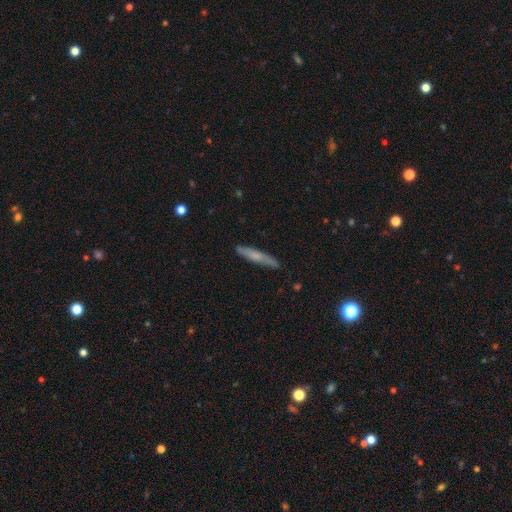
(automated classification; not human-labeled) Smooth or featured? smooth (58%)
How rounded? cigar-shaped (92%)
Merging? none (86%)